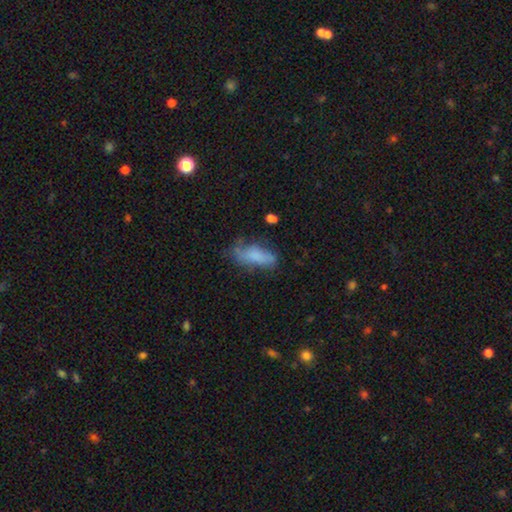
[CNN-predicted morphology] smooth 70%, featured or disk 20%, star or artifact 10%. Down the decision tree: how rounded — in between (70%); merging — none (45%).